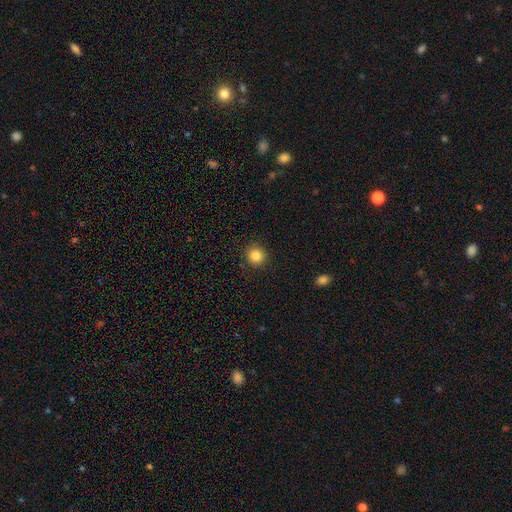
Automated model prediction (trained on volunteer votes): This is clearly a smooth galaxy (85%). How rounded: clearly round (91%). Merging: clearly none (91%).